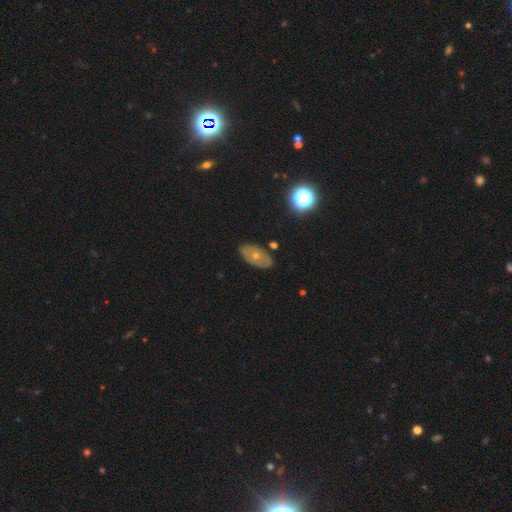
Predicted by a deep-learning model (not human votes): Morphology: type=featured or disk (46%); merging=none (80%).